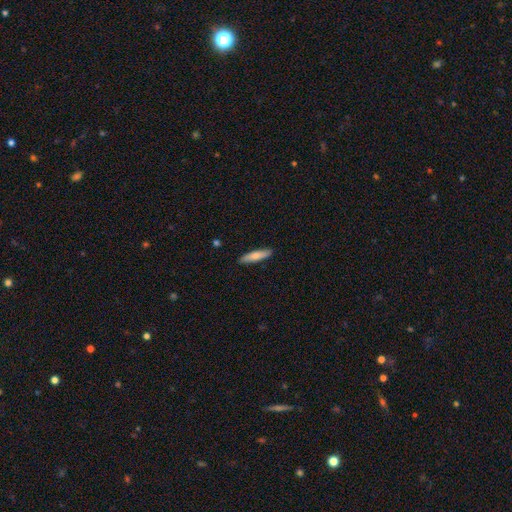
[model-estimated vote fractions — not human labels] This appears to be a smooth galaxy with no disk features (77%) that is cigar-shaped (80%). Merging: none (89%).